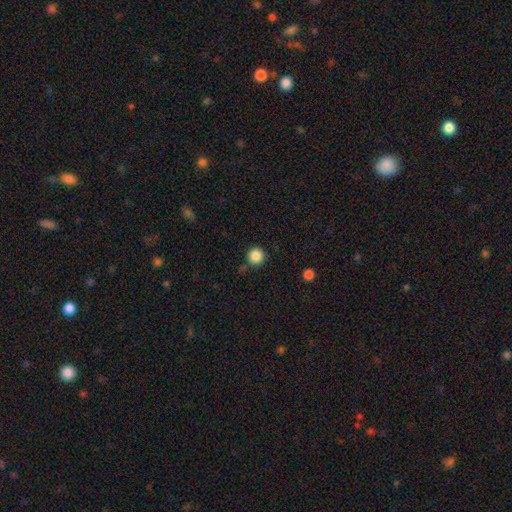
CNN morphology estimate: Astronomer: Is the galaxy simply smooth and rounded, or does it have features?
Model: smooth — 86%.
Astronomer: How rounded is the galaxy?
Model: round — 96%.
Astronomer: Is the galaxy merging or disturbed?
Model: none — 86%.